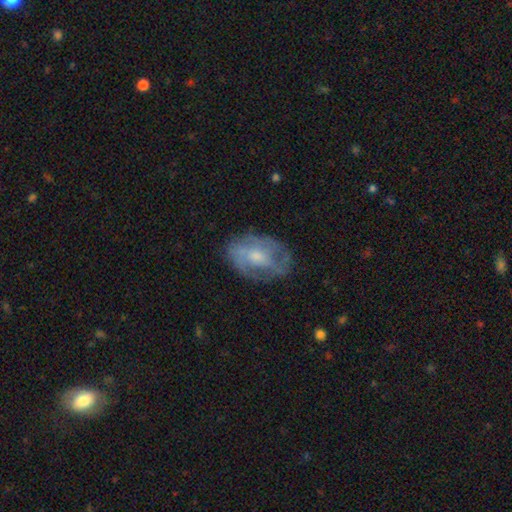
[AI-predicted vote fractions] featured or disk 66%, smooth 28%, star or artifact 7%. Down the decision tree: edge-on disk — no (96%); bar — no (65%); spiral arms — yes (71%); bulge size — moderate (47%); merging — none (65%).